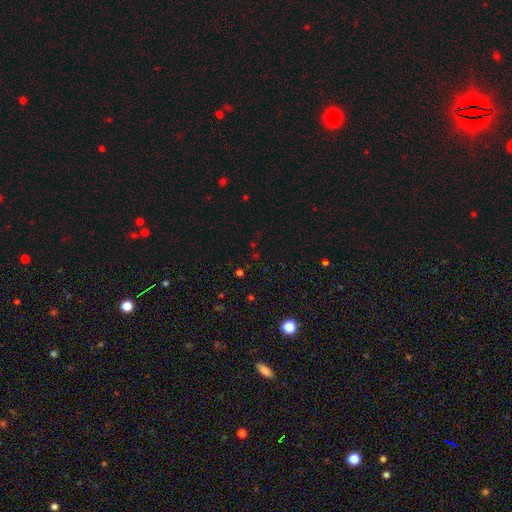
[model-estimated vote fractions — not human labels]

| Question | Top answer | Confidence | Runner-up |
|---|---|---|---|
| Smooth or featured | star or artifact | 60% | smooth (33%) |